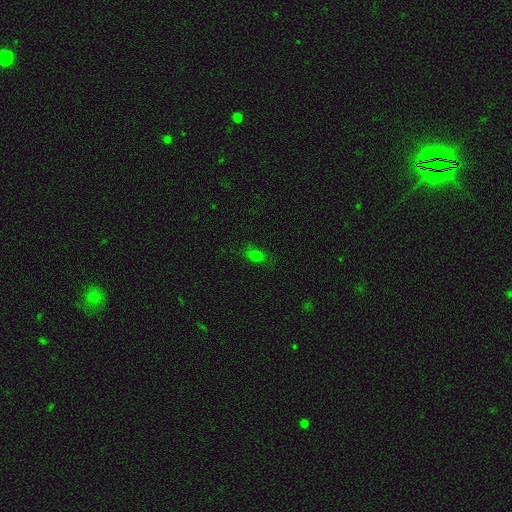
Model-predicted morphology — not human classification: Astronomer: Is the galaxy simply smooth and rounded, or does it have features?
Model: smooth — 73%.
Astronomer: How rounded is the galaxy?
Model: in between — 73%.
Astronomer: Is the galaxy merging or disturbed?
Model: none — 80%.